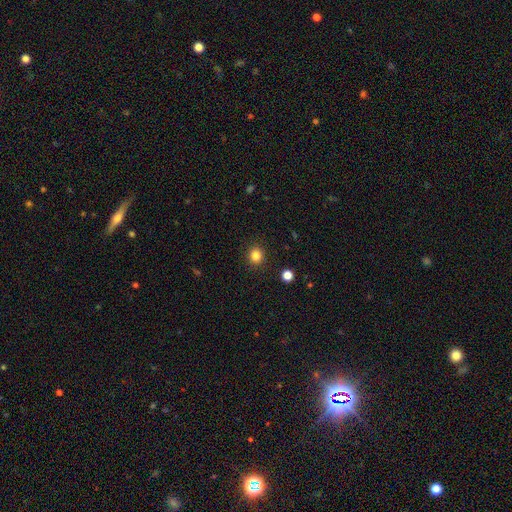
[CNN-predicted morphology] type=smooth (84%); roundness=round (89%); merging=none (92%).